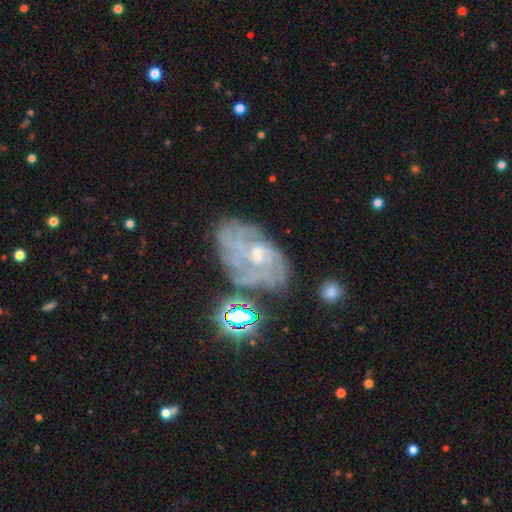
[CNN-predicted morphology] type=featured or disk (72%); edge-on=no (96%); bar=no (62%); spiral arms=yes (82%); winding=tight (52%); arm count=can't tell (52%); bulge=small (47%); merging=none (60%).